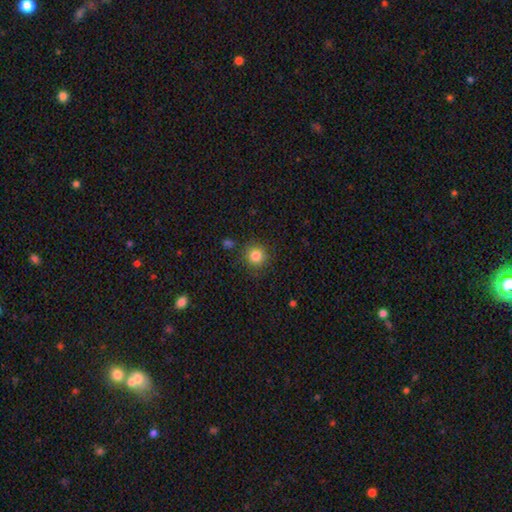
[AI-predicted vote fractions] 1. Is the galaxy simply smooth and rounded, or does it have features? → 84% smooth, 11% star or artifact, 5% featured or disk.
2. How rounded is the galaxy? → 92% round, 7% in between, 1% cigar-shaped.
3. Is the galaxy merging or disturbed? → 87% none, 8% minor disturbance, 3% major disturbance, 3% merger.